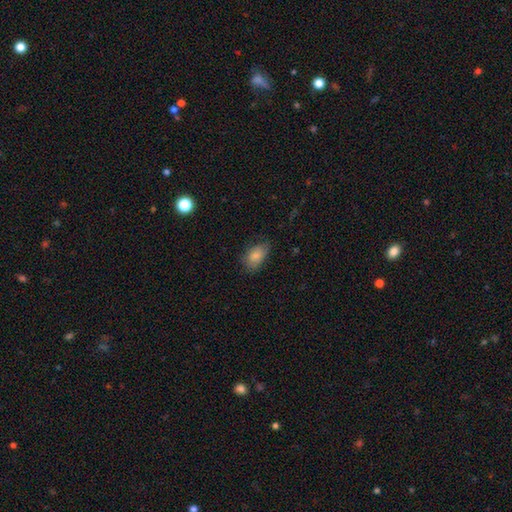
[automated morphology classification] smooth_or_featured: smooth (p=0.83) [alt: featured or disk p=0.09]
how_rounded: in between (p=0.91) [alt: round p=0.07]
merging: none (p=0.65) [alt: minor disturbance p=0.27]